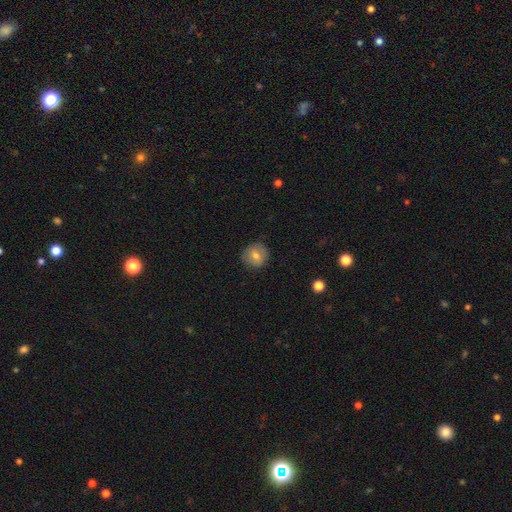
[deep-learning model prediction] Q: Smooth or featured?
A: smooth (67%); runner-up: featured or disk (24%)
Q: How rounded?
A: round (89%); runner-up: in between (10%)
Q: Merging?
A: none (87%); runner-up: minor disturbance (9%)